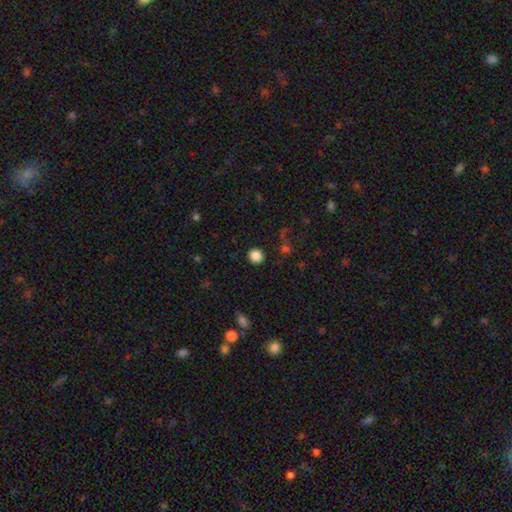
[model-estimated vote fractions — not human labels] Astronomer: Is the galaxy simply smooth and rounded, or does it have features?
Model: smooth — 86%.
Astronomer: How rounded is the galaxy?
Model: round — 91%.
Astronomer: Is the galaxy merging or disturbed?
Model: none — 91%.